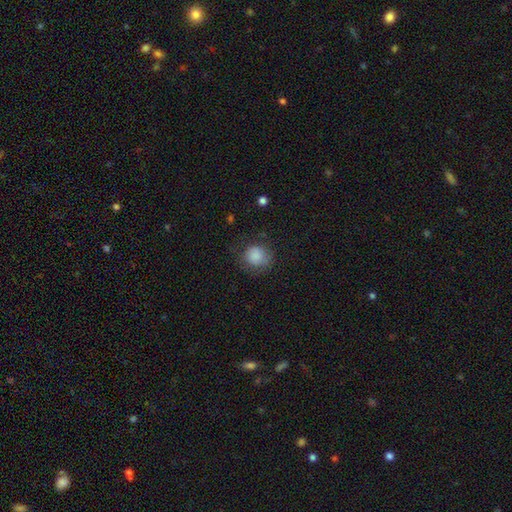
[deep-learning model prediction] Q: Smooth or featured?
A: smooth (83%); runner-up: featured or disk (9%)
Q: How rounded?
A: round (85%); runner-up: in between (14%)
Q: Merging?
A: none (69%); runner-up: minor disturbance (20%)